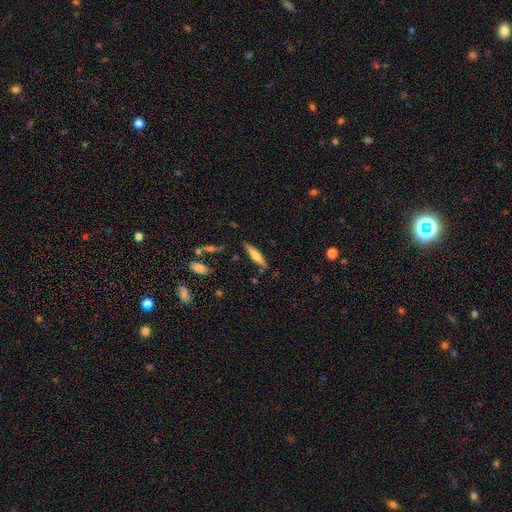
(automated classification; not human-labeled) smooth 47%, featured or disk 46%, star or artifact 7%. Down the decision tree: merging — none (84%).